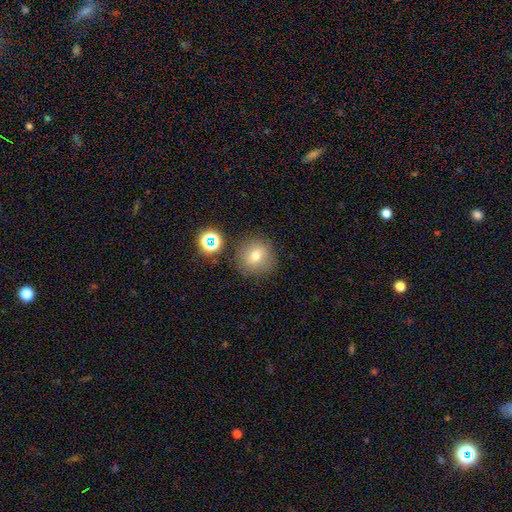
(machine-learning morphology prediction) This appears to be a smooth galaxy with no disk features (70%) that is round (91%). Merging: none (81%).